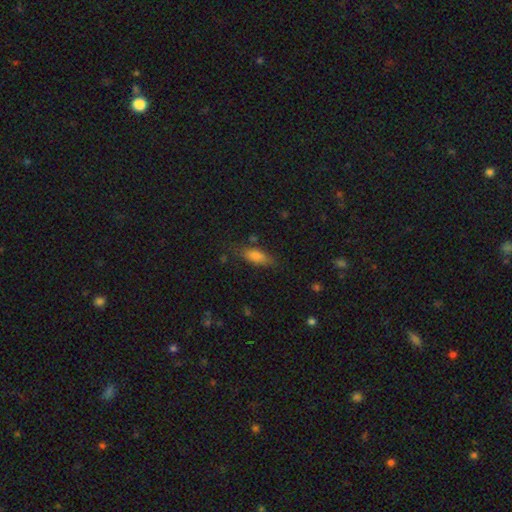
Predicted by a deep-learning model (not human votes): Morphology: type=smooth (79%); roundness=in between (67%); merging=none (73%).